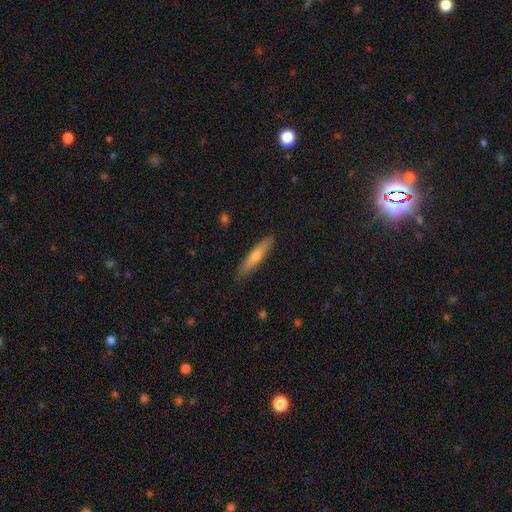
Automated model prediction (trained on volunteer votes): This appears to be a smooth galaxy with no disk features (54%) that is cigar-shaped (88%). Merging: none (89%).